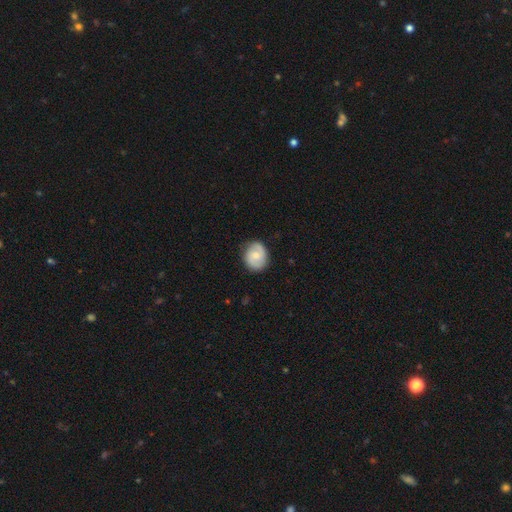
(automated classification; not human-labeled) featured or disk 63%, smooth 31%, star or artifact 6%. Down the decision tree: edge-on disk — no (98%); bar — no (52%); spiral arms — yes (92%); spiral arm count — 2 (87%); spiral winding — medium (46%); bulge size — moderate (48%); merging — none (84%).